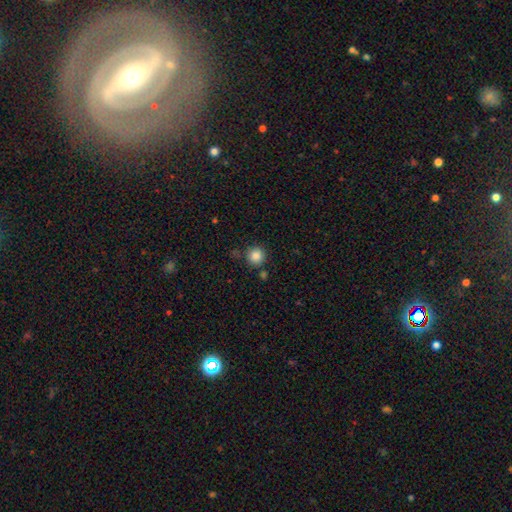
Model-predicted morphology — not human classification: type=smooth (86%); roundness=round (94%); merging=none (83%).